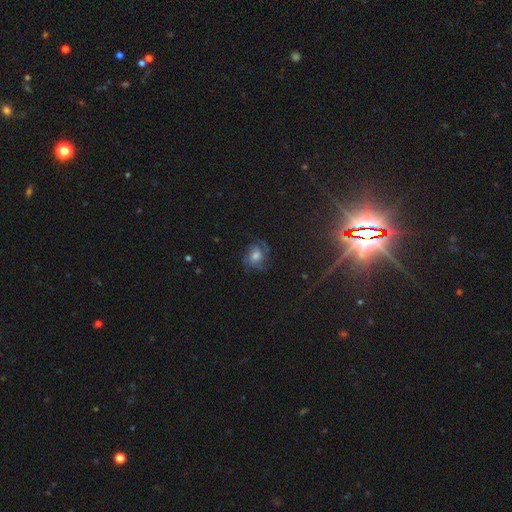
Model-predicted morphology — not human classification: Smooth or featured? featured or disk (62%)
Edge-on disk? no (97%)
Bar? no (67%)
Spiral arms? yes (92%)
Spiral winding? medium (46%)
Spiral arm count? 3 (33%)
Bulge size? moderate (55%)
Merging? none (67%)